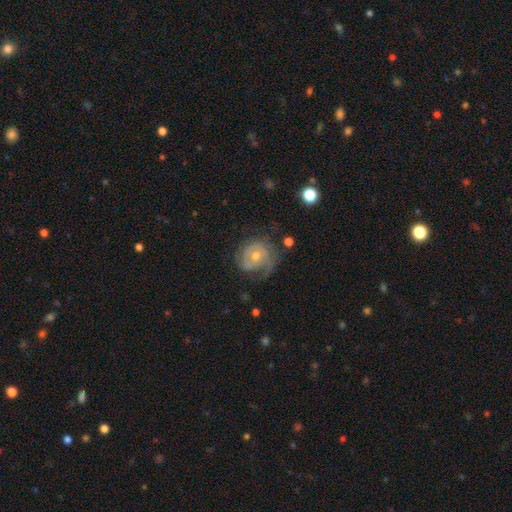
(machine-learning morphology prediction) Smooth or featured? featured or disk (78%)
Edge-on disk? no (97%)
Bar? no (70%)
Spiral arms? yes (91%)
Spiral winding? tight (60%)
Spiral arm count? 2 (38%)
Bulge size? moderate (52%)
Merging? none (63%)